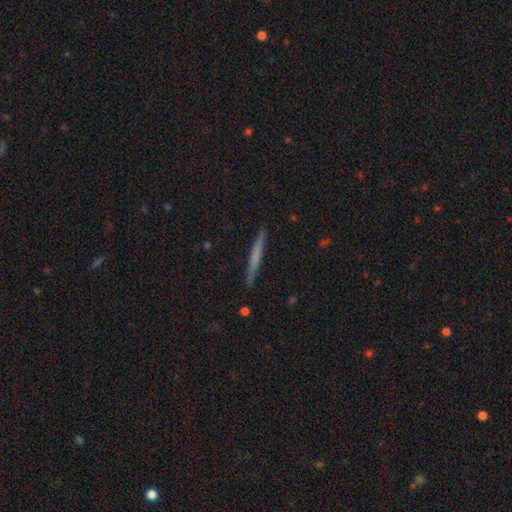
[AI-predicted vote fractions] A smooth galaxy with no disk features (51%) that is cigar-shaped (96%).

Vote fractions:
- Smooth or featured? smooth: 51% / featured or disk: 43% / star or artifact: 6%
- How rounded? cigar-shaped: 96% / in between: 2% / round: 2%
- Merging? none: 90% / minor disturbance: 7% / major disturbance: 1% / merger: 1%